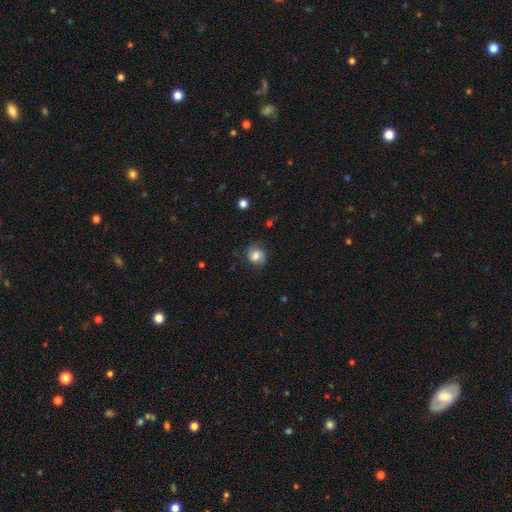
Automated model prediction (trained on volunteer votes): A smooth galaxy with no disk features (65%) that is round (64%). Merging: none (67%).